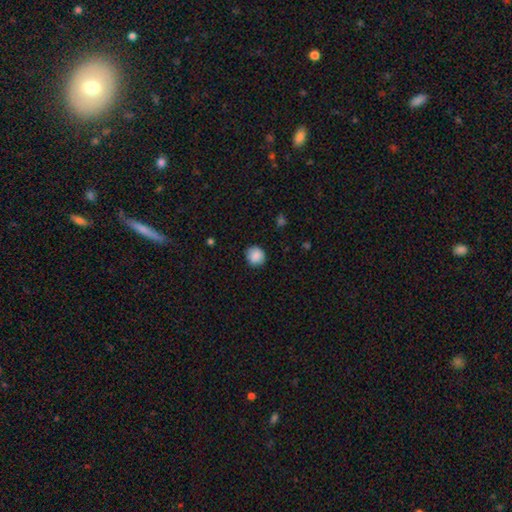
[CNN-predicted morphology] type=smooth (87%); roundness=round (84%); merging=none (86%).